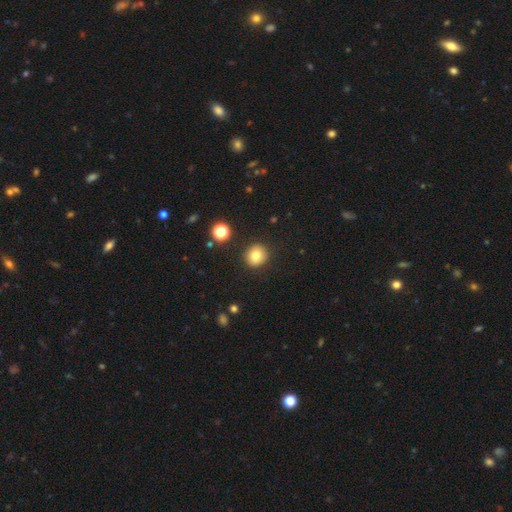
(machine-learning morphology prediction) The model was most divided on "smooth or featured": smooth: 79%, star or artifact: 12%, featured or disk: 9%. More confident: merging — none (90%); how rounded — round (87%).